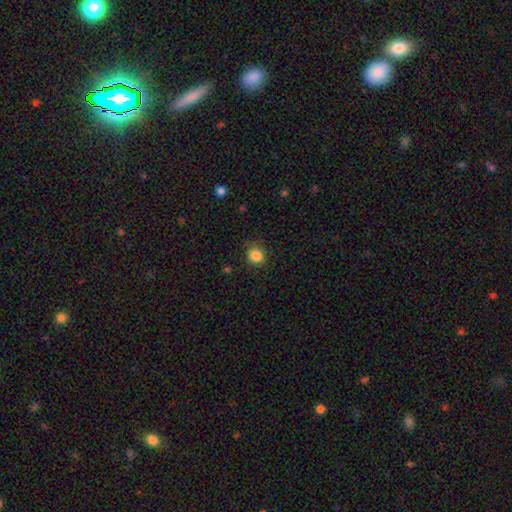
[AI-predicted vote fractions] Overall: smooth (85%). How rounded: round (92%). Merging: none (86%).